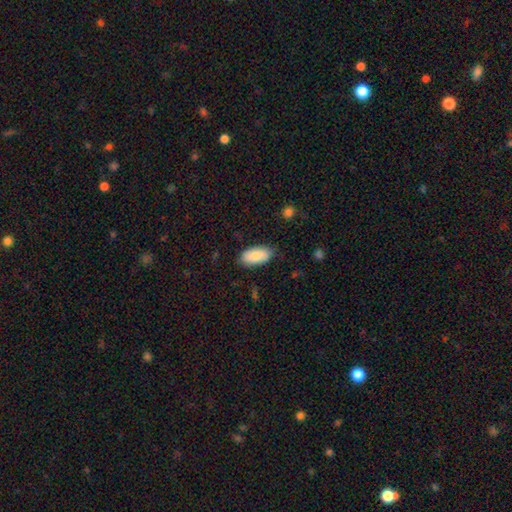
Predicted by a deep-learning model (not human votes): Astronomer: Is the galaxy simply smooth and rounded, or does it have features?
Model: smooth — 79%.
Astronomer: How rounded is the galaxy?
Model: in between — 94%.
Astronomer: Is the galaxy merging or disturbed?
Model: none — 83%.